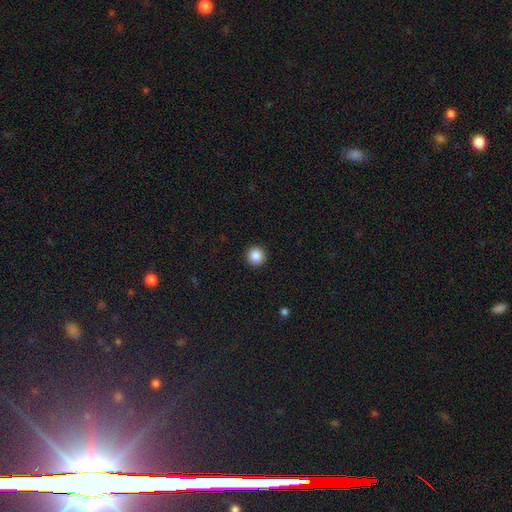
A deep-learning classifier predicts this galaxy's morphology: smooth-or-featured: smooth: 88% | star or artifact: 9% | featured or disk: 3%
  how-rounded: round: 96% | in between: 3% | cigar-shaped: 1%
  merging: none: 93% | minor disturbance: 4% | major disturbance: 2% | merger: 1%